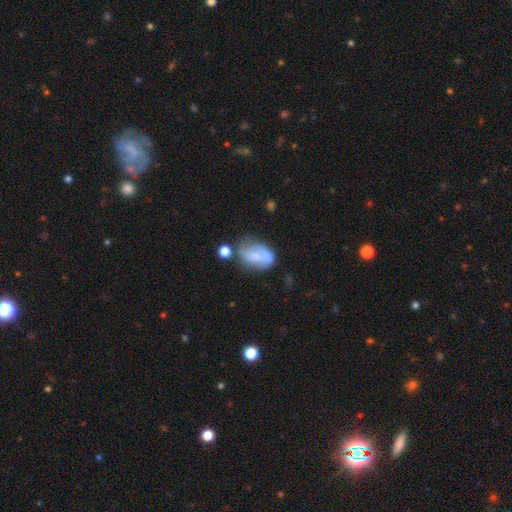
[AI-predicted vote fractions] Smooth or featured? smooth (47%)
Merging? none (35%)